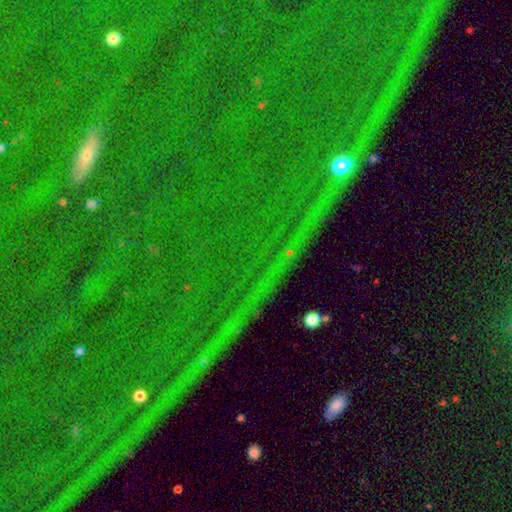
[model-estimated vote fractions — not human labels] A star or artifact, not a galaxy (82%).

Vote fractions:
- Smooth or featured? star or artifact: 82% / featured or disk: 9% / smooth: 8%